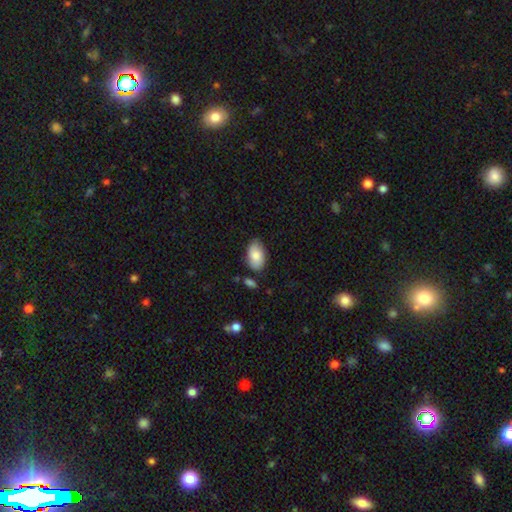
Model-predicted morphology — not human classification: Smooth or featured? Predicted: smooth (p=0.84). How rounded? Predicted: in between (p=0.94). Merging? Predicted: none (p=0.77).